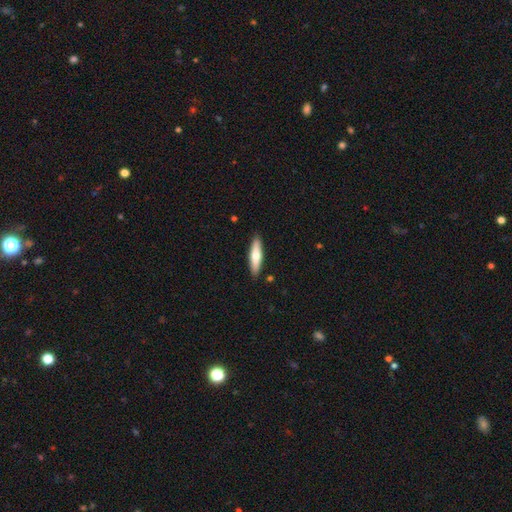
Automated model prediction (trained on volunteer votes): This appears to be a smooth galaxy with no disk features (65%) that is cigar-shaped (74%). Merging: none (90%).